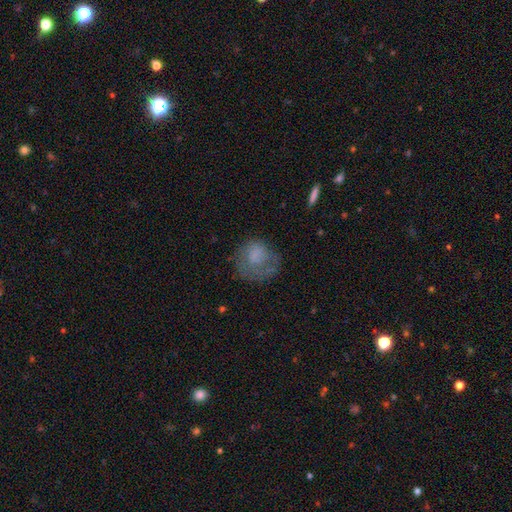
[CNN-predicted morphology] The model was most divided on "merging": none: 43%, major disturbance: 33%, minor disturbance: 22%, merger: 2%. More confident: how rounded — round (71%); smooth or featured — smooth (57%).